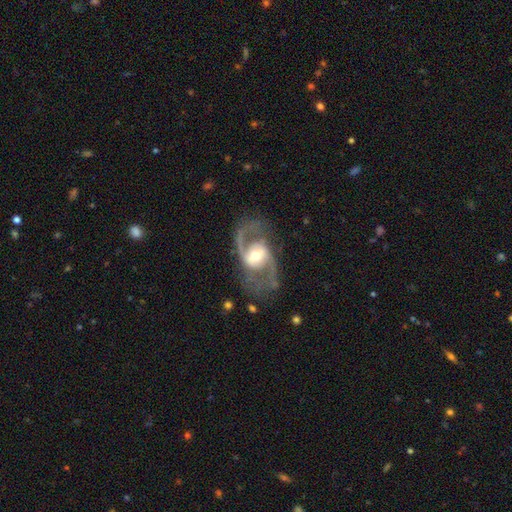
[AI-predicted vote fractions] smooth-or-featured: featured or disk: 89% | smooth: 6% | star or artifact: 5%
  disk-edge-on: no: 97% | yes: 3%
    bar: weak: 40% | no: 38% | strong: 22%
    has-spiral-arms: yes: 95% | no: 5%
      spiral-winding: medium: 49% | loose: 41% | tight: 10%
      spiral-arm-count: 2: 93% | can't tell: 2% | 1: 2% | 3: 1% | 4: 1% | more than 4: 1%
    bulge-size: moderate: 64% | small: 18% | large: 15% | dominant: 2% | none: 1%
  merging: none: 72% | minor disturbance: 14% | major disturbance: 12% | merger: 2%